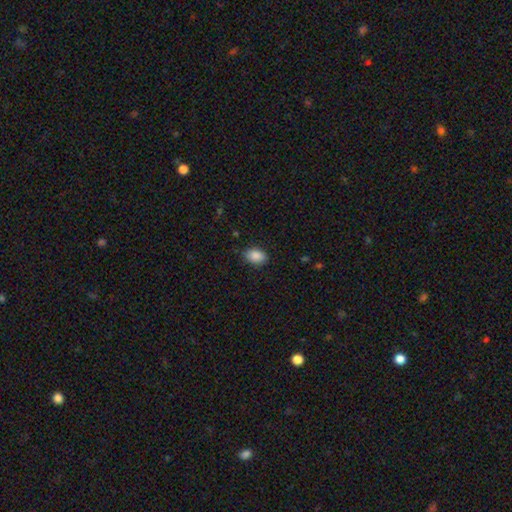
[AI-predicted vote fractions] Overall: smooth (89%). How rounded: in between (87%). Merging: none (84%).